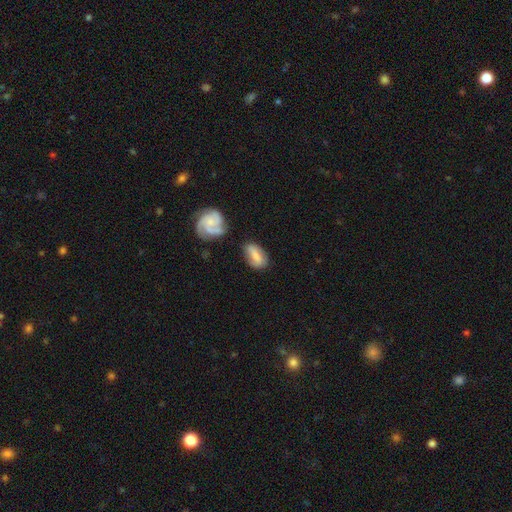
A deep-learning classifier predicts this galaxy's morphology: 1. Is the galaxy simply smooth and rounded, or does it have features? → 60% smooth, 33% featured or disk, 7% star or artifact.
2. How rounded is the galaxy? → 84% in between, 10% cigar-shaped, 6% round.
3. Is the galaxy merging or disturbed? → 59% none, 23% minor disturbance, 9% merger, 8% major disturbance.